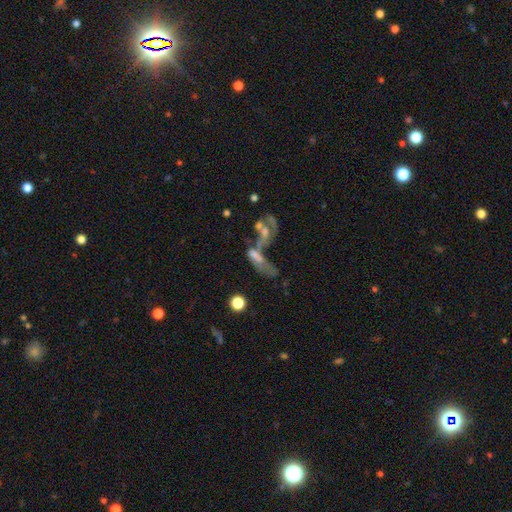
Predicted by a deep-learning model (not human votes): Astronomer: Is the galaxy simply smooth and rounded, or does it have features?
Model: featured or disk — 48% (runner-up: smooth, 34%).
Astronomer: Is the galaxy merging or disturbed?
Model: merger — 57%.